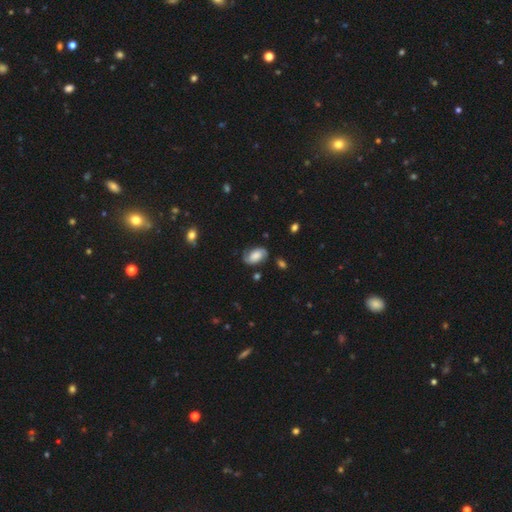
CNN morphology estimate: Q: Smooth or featured?
A: featured or disk (50%); runner-up: smooth (41%)
Q: Edge-on disk?
A: no (96%); runner-up: yes (4%)
Q: Merging?
A: none (69%); runner-up: minor disturbance (21%)